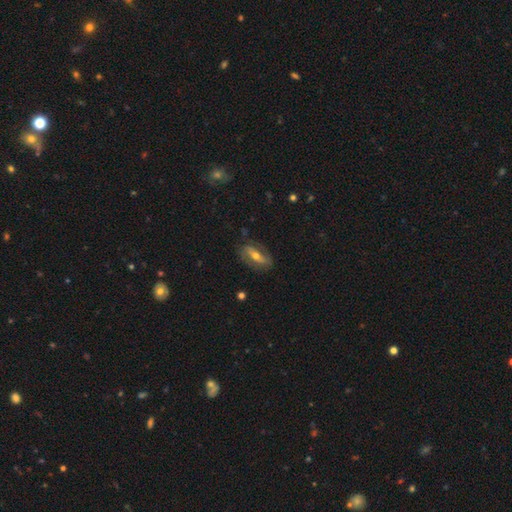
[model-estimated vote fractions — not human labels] Smooth or featured?
  - featured or disk: 64% *
  - smooth: 29%
  - star or artifact: 7%
Edge-on disk?
  - no: 74% *
  - yes: 26%
Merging?
  - none: 76% *
  - minor disturbance: 16%
  - major disturbance: 6%
  - merger: 1%